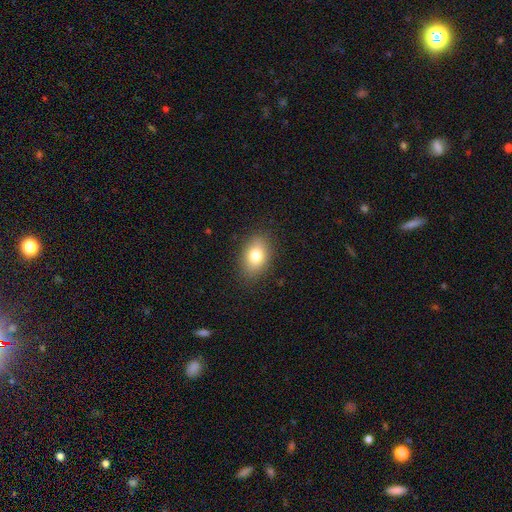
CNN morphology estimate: smooth 79%, featured or disk 11%, star or artifact 10%. Down the decision tree: how rounded — in between (80%); merging — none (86%).